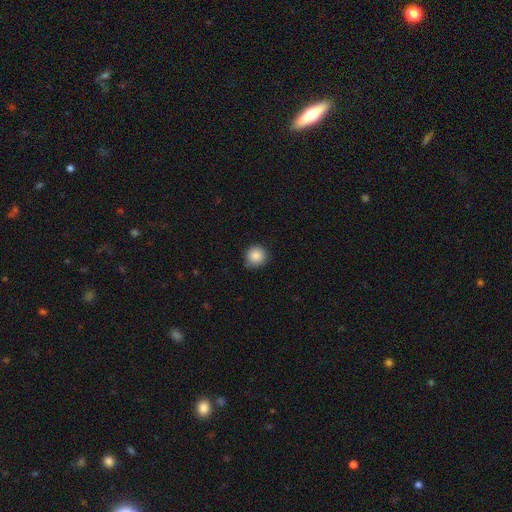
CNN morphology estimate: Smooth or featured? smooth (88%)
How rounded? round (94%)
Merging? none (84%)